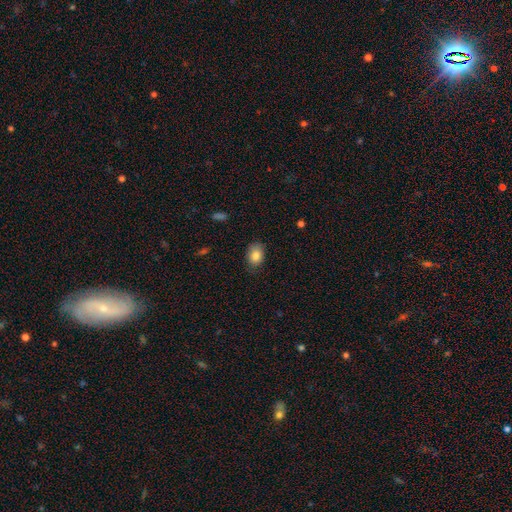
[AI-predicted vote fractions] Morphology: type=smooth (84%); roundness=in between (73%); merging=none (77%).